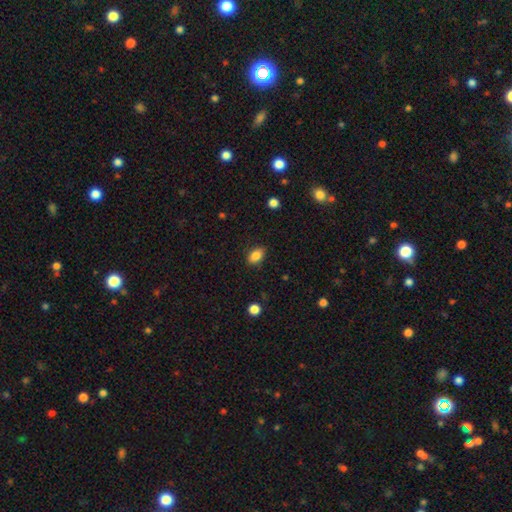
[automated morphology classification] type=smooth (86%); roundness=in between (86%); merging=none (86%).